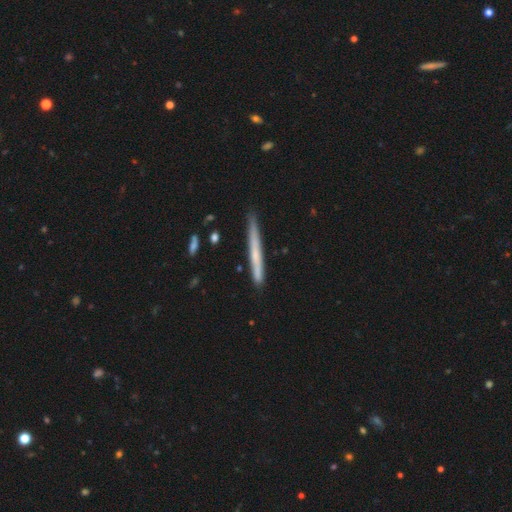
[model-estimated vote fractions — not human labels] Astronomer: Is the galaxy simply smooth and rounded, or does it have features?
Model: smooth — 50% (runner-up: featured or disk, 44%).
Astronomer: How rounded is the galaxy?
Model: cigar-shaped — 97%.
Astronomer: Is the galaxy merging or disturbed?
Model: none — 83%.